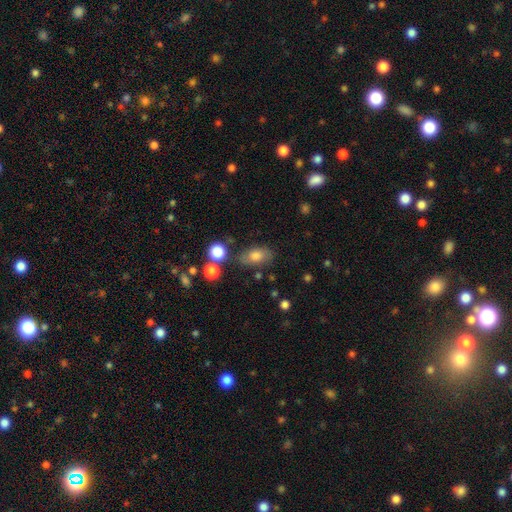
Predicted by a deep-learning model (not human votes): Q: Smooth or featured?
A: smooth (74%); runner-up: featured or disk (15%)
Q: How rounded?
A: in between (85%); runner-up: round (12%)
Q: Merging?
A: none (69%); runner-up: minor disturbance (18%)